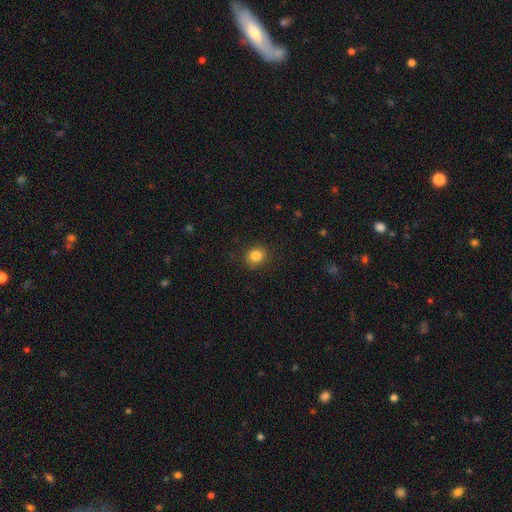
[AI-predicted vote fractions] The model was most divided on "how rounded": round: 78%, in between: 21%, cigar-shaped: 1%. More confident: merging — none (89%); smooth or featured — smooth (85%).